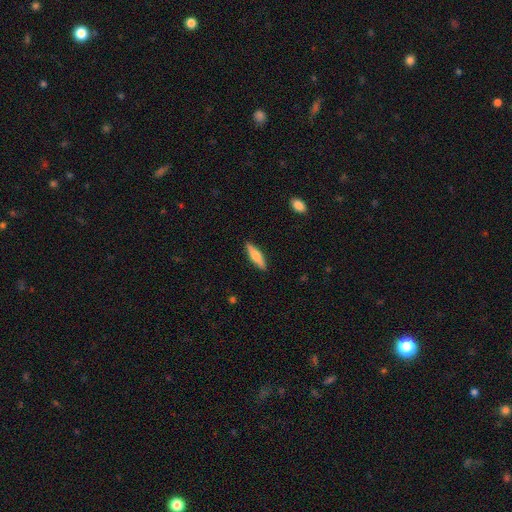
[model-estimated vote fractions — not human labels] A smooth galaxy with no disk features (63%) that is cigar-shaped (67%).

Vote fractions:
- Smooth or featured? smooth: 63% / featured or disk: 31% / star or artifact: 6%
- How rounded? cigar-shaped: 67% / in between: 31% / round: 2%
- Merging? none: 90% / minor disturbance: 8% / major disturbance: 2% / merger: 1%